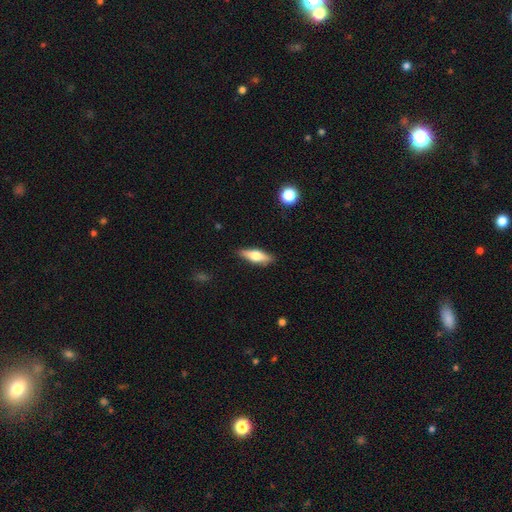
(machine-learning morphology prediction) smooth 54%, featured or disk 40%, star or artifact 6%. Down the decision tree: how rounded — in between (51%); merging — none (87%).